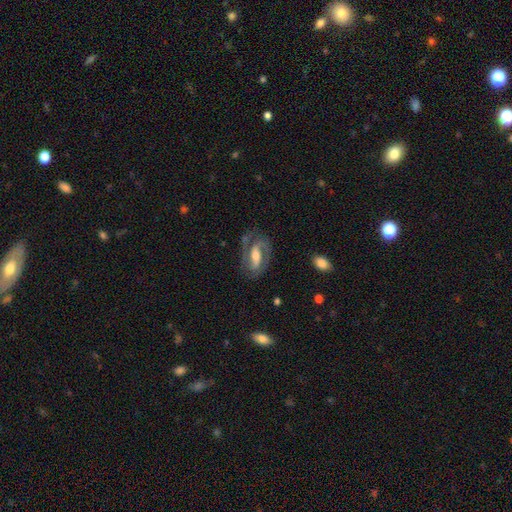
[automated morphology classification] featured or disk 83%, smooth 11%, star or artifact 5%. Down the decision tree: edge-on disk — no (96%); bar — strong (44%); spiral arms — yes (93%); spiral arm count — 2 (88%); spiral winding — medium (50%); bulge size — moderate (57%); merging — none (74%).